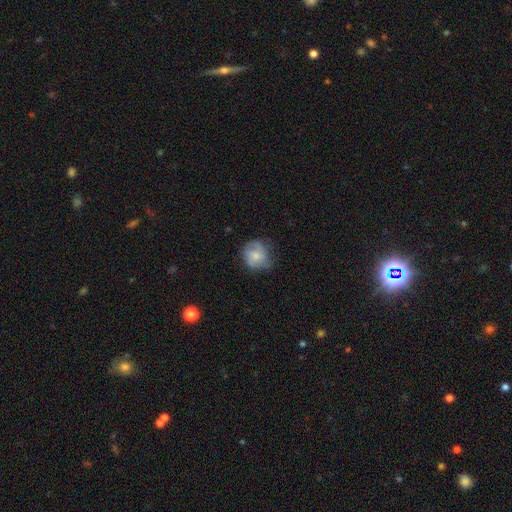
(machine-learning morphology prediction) type=smooth (55%); roundness=round (80%); merging=none (63%).